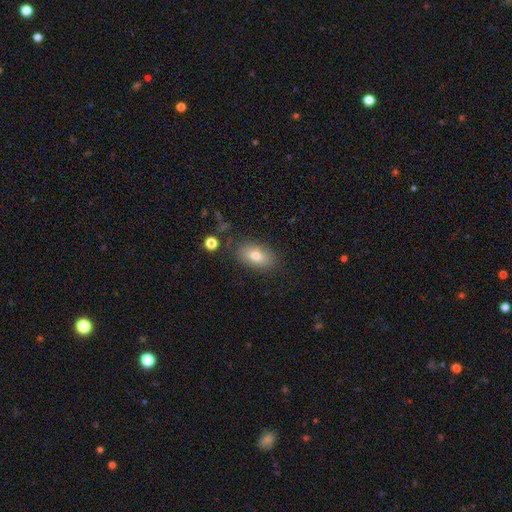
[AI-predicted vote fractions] Q: Smooth or featured?
A: smooth (76%); runner-up: featured or disk (14%)
Q: How rounded?
A: in between (88%); runner-up: round (9%)
Q: Merging?
A: none (82%); runner-up: minor disturbance (12%)